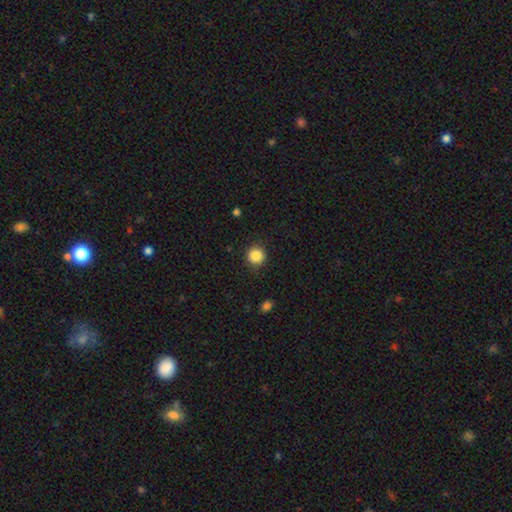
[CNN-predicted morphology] Q: Smooth or featured?
A: smooth (87%); runner-up: star or artifact (10%)
Q: How rounded?
A: round (94%); runner-up: in between (5%)
Q: Merging?
A: none (91%); runner-up: minor disturbance (6%)